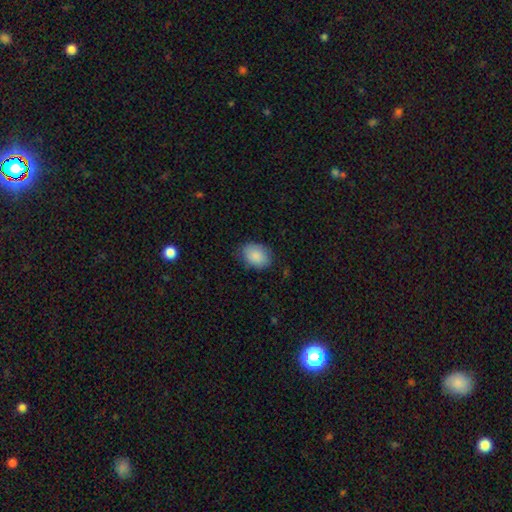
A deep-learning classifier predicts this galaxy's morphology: smooth-or-featured: smooth: 88% | star or artifact: 7% | featured or disk: 6%
  how-rounded: in between: 70% | round: 29% | cigar-shaped: 1%
  merging: none: 79% | minor disturbance: 16% | major disturbance: 3% | merger: 1%